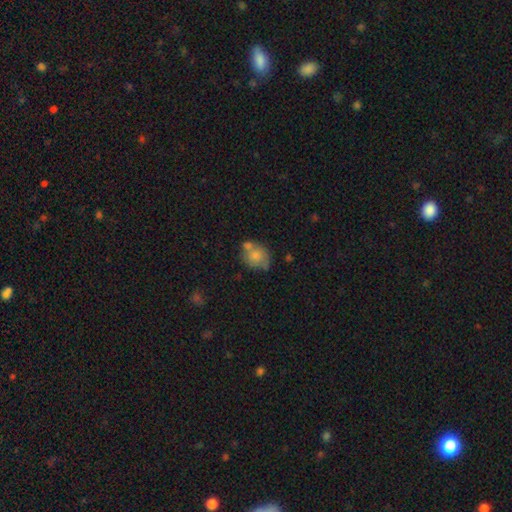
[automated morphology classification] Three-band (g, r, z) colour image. It shows a smooth galaxy with no disk features (71%) that is round (57%). Merging: none (41%).